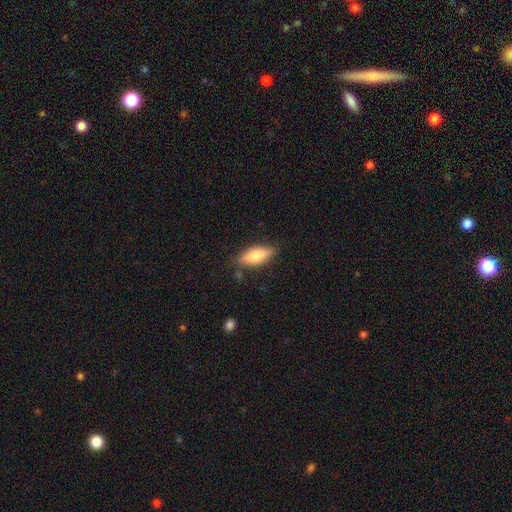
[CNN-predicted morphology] A smooth galaxy with no disk features (70%) that is in between round and cigar-shaped (70%). Merging: none (83%).